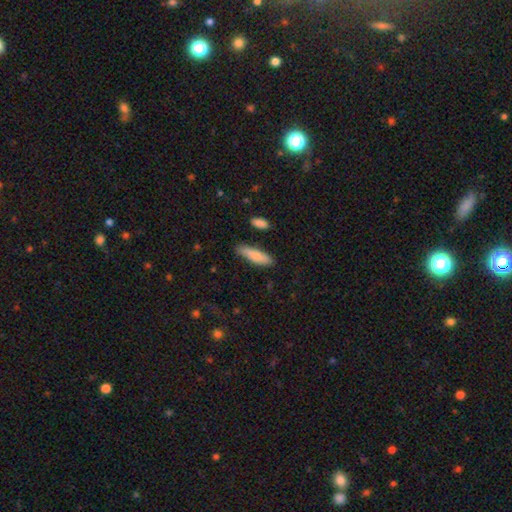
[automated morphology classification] Smooth or featured?
  - smooth: 83% *
  - featured or disk: 11%
  - star or artifact: 6%
How rounded?
  - cigar-shaped: 58% *
  - in between: 40%
  - round: 2%
Merging?
  - none: 76% *
  - minor disturbance: 18%
  - major disturbance: 3%
  - merger: 3%